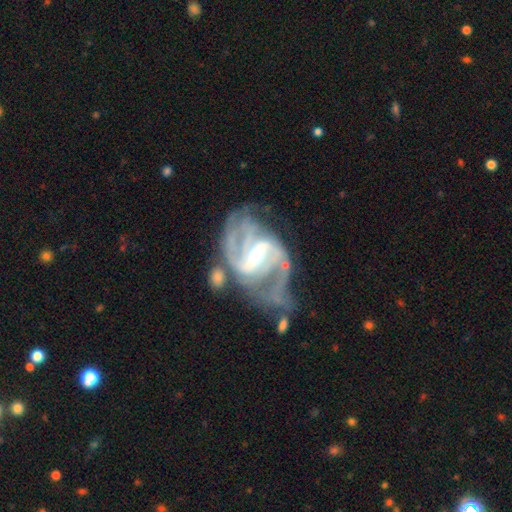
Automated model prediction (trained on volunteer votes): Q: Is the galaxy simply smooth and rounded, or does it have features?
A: featured or disk — 92%.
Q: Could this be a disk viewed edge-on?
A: no — 97%.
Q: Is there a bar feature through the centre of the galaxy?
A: strong — 61%.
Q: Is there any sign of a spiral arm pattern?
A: yes — 97%.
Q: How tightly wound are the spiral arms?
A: medium — 51%.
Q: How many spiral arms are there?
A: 2 — 58%.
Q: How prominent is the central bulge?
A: small — 53%.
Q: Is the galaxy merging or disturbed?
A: none — 44%.